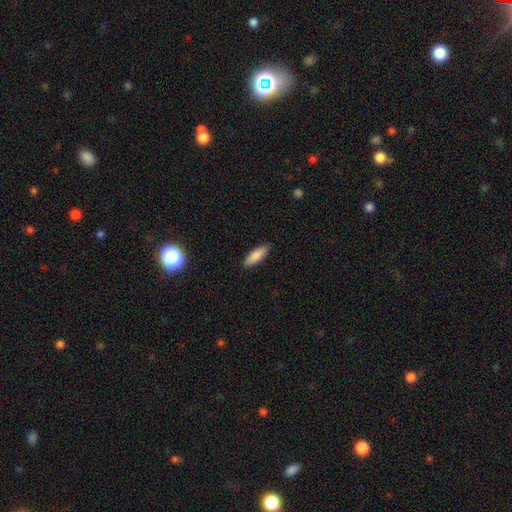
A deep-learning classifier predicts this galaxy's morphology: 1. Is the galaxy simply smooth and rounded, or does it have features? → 86% smooth, 7% featured or disk, 6% star or artifact.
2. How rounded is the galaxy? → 59% in between, 40% cigar-shaped, 2% round.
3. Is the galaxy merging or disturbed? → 88% none, 9% minor disturbance, 2% major disturbance, 1% merger.